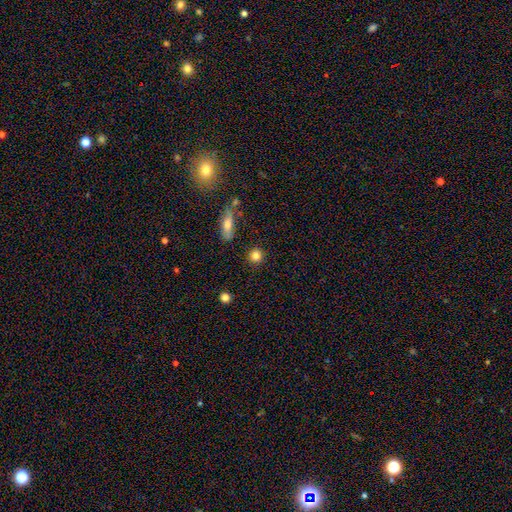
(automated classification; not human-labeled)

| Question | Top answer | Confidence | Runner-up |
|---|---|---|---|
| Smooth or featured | smooth | 83% | star or artifact (10%) |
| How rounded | round | 89% | in between (9%) |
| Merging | none | 88% | minor disturbance (7%) |